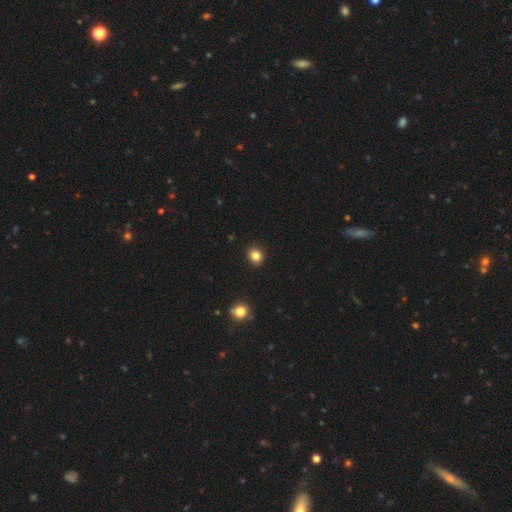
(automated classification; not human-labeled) Q: Smooth or featured?
A: smooth (83%); runner-up: star or artifact (12%)
Q: How rounded?
A: round (79%); runner-up: in between (21%)
Q: Merging?
A: none (92%); runner-up: minor disturbance (6%)